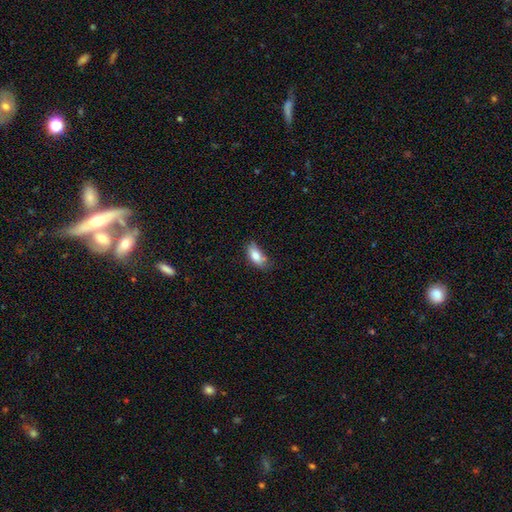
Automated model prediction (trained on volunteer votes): Q: Smooth or featured?
A: smooth (81%); runner-up: featured or disk (12%)
Q: How rounded?
A: in between (88%); runner-up: cigar-shaped (9%)
Q: Merging?
A: none (55%); runner-up: minor disturbance (33%)